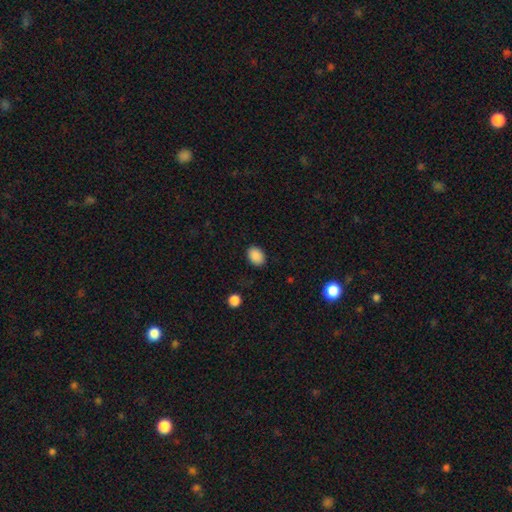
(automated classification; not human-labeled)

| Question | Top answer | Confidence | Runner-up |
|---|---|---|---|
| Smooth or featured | smooth | 88% | star or artifact (9%) |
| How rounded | in between | 74% | round (25%) |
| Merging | none | 87% | minor disturbance (9%) |